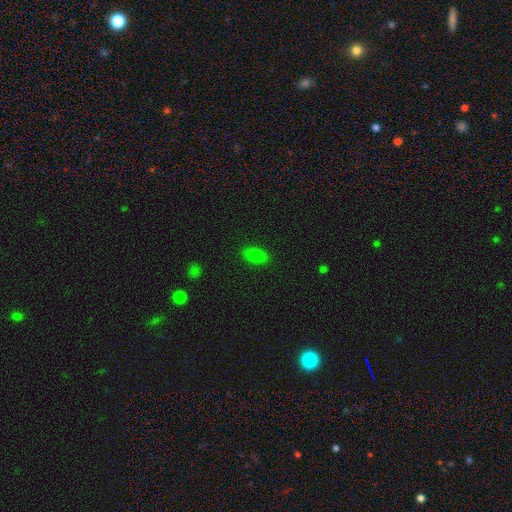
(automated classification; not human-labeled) Morphology: type=smooth (82%); roundness=in between (87%); merging=none (88%).